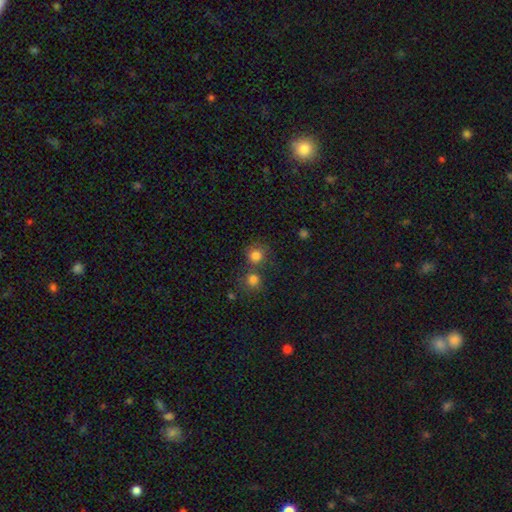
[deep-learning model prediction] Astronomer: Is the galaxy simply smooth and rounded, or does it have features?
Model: smooth — 80%.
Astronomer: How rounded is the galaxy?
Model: round — 89%.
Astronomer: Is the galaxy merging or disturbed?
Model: none — 62%.